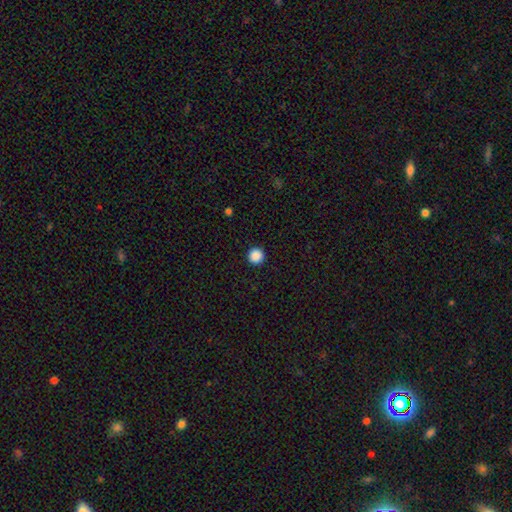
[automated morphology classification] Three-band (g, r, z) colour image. It shows a smooth galaxy with no disk features (89%) that is round (97%). Merging: none (94%).